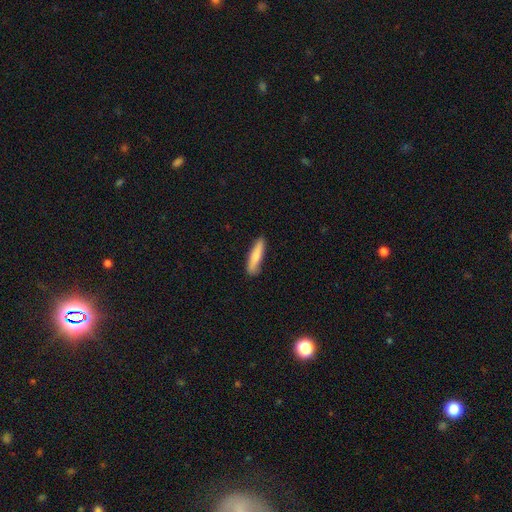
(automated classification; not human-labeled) This is likely a smooth galaxy (79%). How rounded: clearly cigar-shaped (85%). Merging: clearly none (86%).